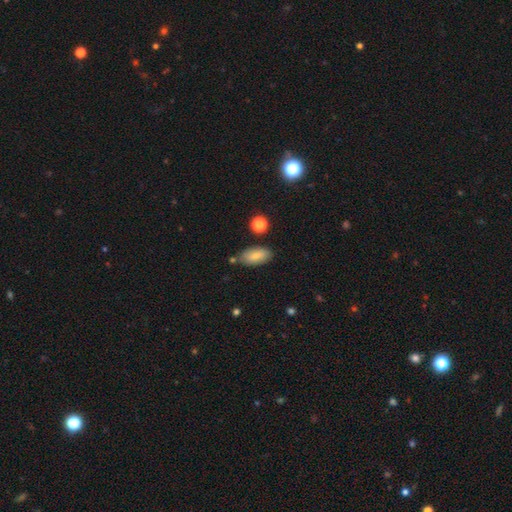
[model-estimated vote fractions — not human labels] Morphology: type=smooth (78%); roundness=in between (90%); merging=none (77%).